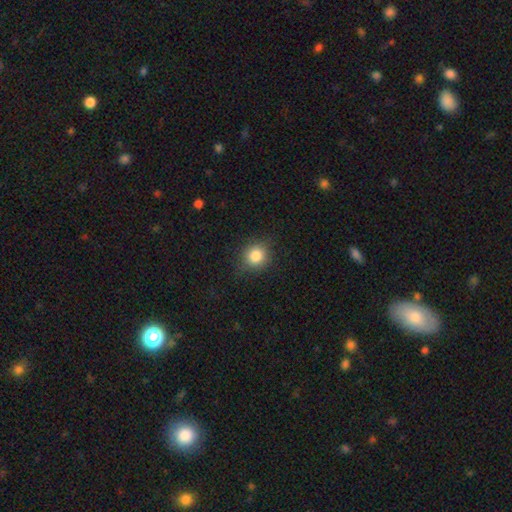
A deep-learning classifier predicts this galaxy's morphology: Smooth or featured? Predicted: smooth (p=0.83). How rounded? Predicted: round (p=0.84). Merging? Predicted: none (p=0.83).